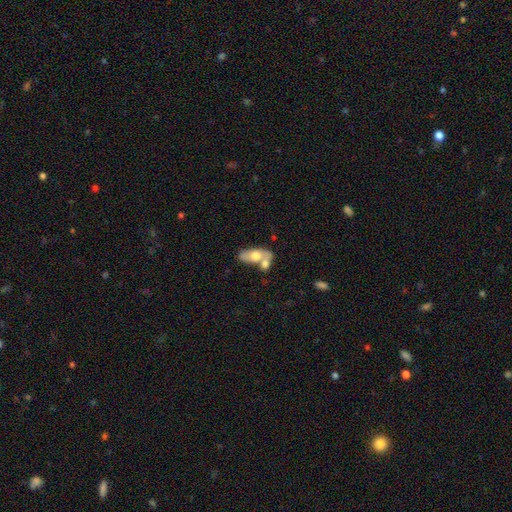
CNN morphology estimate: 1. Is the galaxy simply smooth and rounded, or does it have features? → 60% smooth, 34% featured or disk, 6% star or artifact.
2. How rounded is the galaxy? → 83% in between, 12% cigar-shaped, 5% round.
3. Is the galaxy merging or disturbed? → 47% merger, 36% none, 12% minor disturbance, 5% major disturbance.